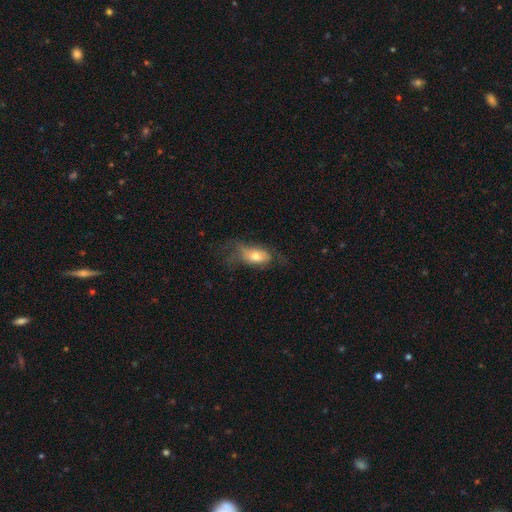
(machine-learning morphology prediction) Smooth or featured? smooth (60%)
How rounded? in between (86%)
Merging? major disturbance (40%)